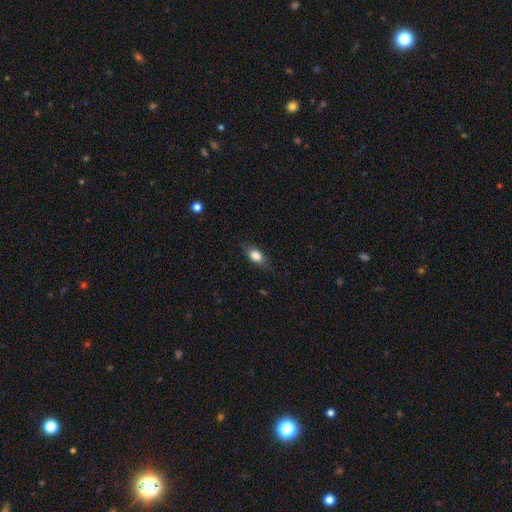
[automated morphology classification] Q: Smooth or featured?
A: smooth (73%); runner-up: featured or disk (19%)
Q: How rounded?
A: in between (75%); runner-up: cigar-shaped (16%)
Q: Merging?
A: none (78%); runner-up: minor disturbance (17%)